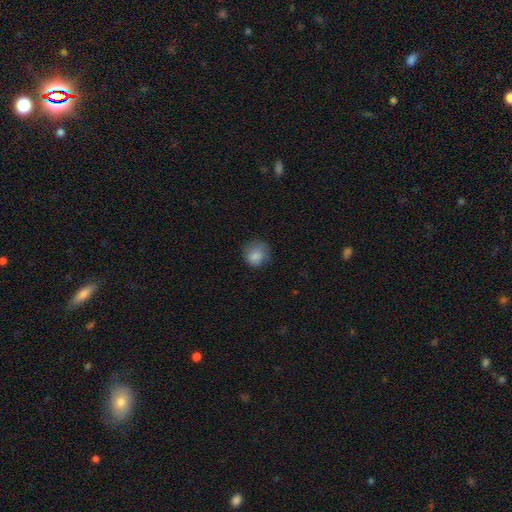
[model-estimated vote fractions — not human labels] A smooth galaxy with no disk features (80%) that is round (79%).

Vote fractions:
- Smooth or featured? smooth: 80% / featured or disk: 11% / star or artifact: 9%
- How rounded? round: 79% / in between: 20% / cigar-shaped: 1%
- Merging? none: 62% / minor disturbance: 25% / major disturbance: 12% / merger: 1%